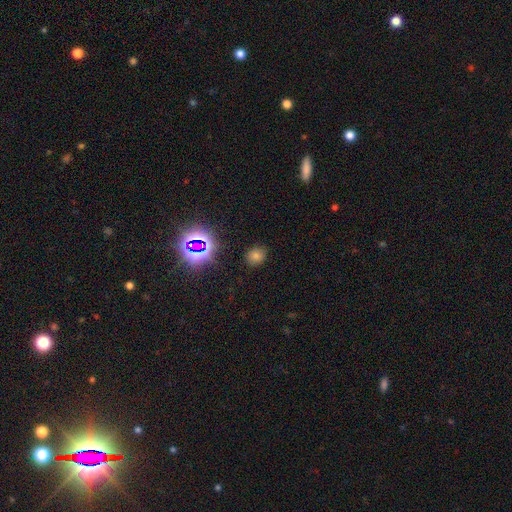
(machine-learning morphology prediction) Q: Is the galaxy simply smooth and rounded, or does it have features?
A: smooth — 60%.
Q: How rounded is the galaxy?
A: round — 73%.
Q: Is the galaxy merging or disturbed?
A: none — 86%.